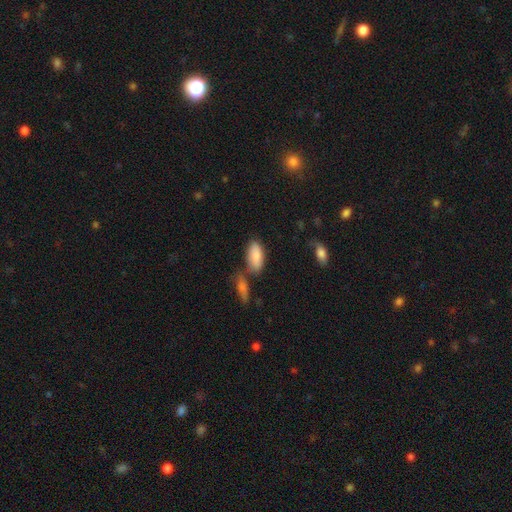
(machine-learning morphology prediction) smooth-or-featured: smooth: 84% | featured or disk: 10% | star or artifact: 6%
  how-rounded: in between: 89% | cigar-shaped: 9% | round: 2%
  merging: none: 55% | merger: 22% | minor disturbance: 18% | major disturbance: 5%